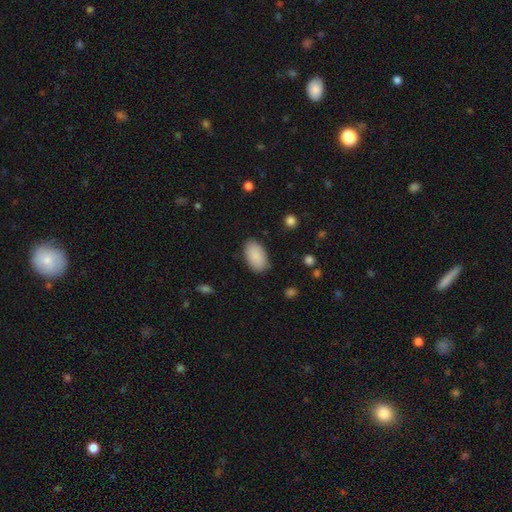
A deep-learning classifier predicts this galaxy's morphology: A smooth galaxy with no disk features (89%) that is in between round and cigar-shaped (95%). Merging: none (86%).